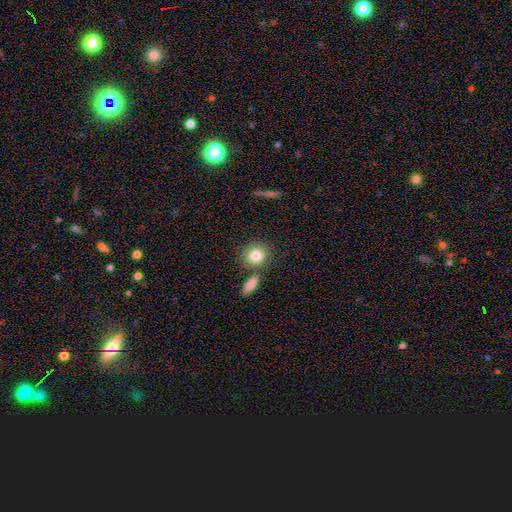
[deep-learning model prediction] This is clearly a smooth galaxy (82%). How rounded: likely round (76%). Merging: likely none (69%).